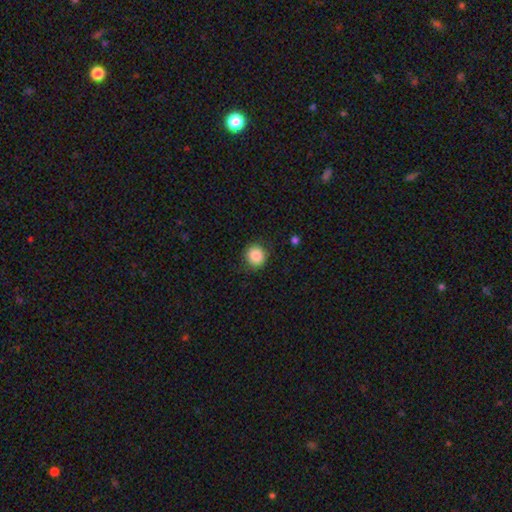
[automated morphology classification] Smooth or featured: smooth — 87% (star or artifact — 9%)
How rounded: round — 89% (in between — 10%)
Merging: none — 86% (minor disturbance — 10%)